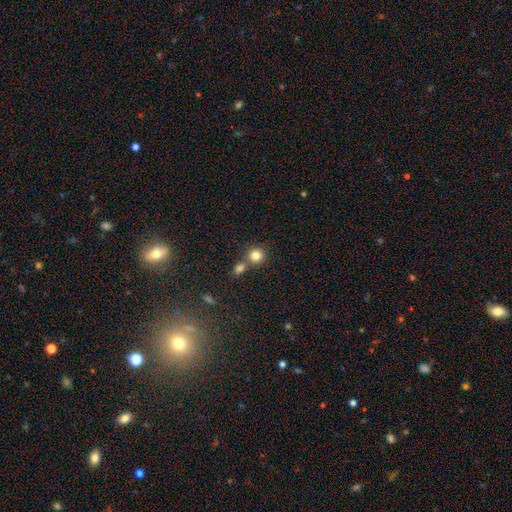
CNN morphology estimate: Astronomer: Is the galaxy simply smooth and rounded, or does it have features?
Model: smooth — 82%.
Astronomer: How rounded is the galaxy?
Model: round — 88%.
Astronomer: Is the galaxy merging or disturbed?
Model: none — 59%.